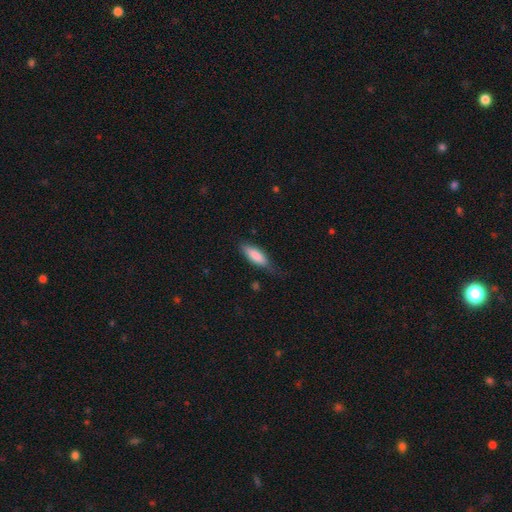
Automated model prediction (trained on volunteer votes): A smooth galaxy with no disk features (83%) that is in between round and cigar-shaped (62%).

Vote fractions:
- Smooth or featured? smooth: 83% / featured or disk: 12% / star or artifact: 6%
- How rounded? in between: 62% / cigar-shaped: 36% / round: 2%
- Merging? none: 62% / minor disturbance: 29% / major disturbance: 8% / merger: 2%